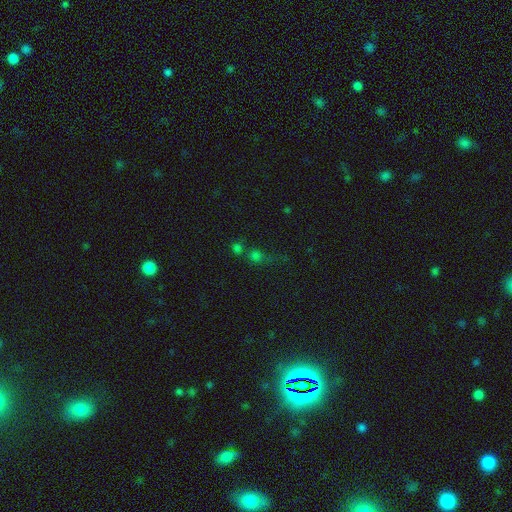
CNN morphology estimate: Smooth or featured? Predicted: smooth (p=0.58). How rounded? Predicted: round (p=0.83). Merging? Predicted: none (p=0.52).